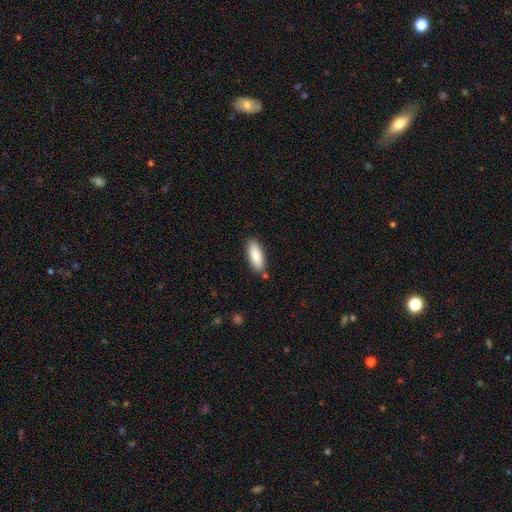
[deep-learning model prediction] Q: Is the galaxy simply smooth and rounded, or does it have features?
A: smooth — 81%.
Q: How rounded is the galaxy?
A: in between — 75%.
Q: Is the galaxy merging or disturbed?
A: none — 83%.